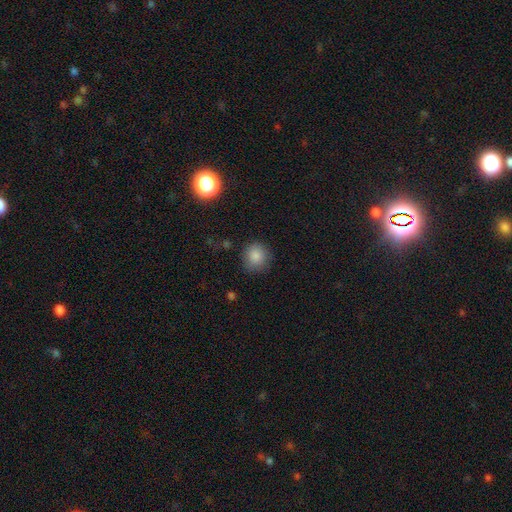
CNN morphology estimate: Smooth or featured? Predicted: smooth (p=0.85). How rounded? Predicted: round (p=0.89). Merging? Predicted: none (p=0.83).